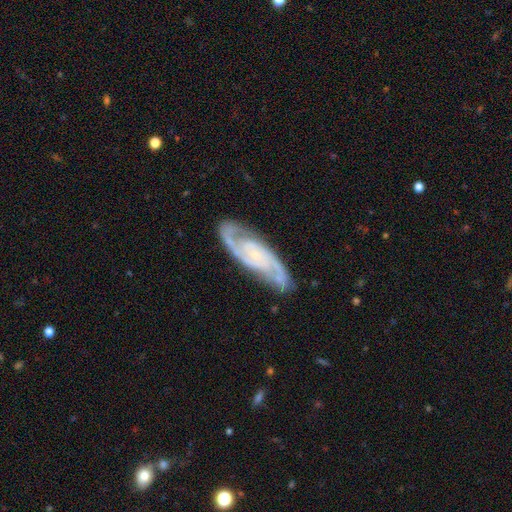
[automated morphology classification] Smooth or featured?
  - featured or disk: 90% *
  - smooth: 6%
  - star or artifact: 5%
Edge-on disk?
  - no: 93% *
  - yes: 7%
Bar?
  - no: 58% *
  - weak: 31%
  - strong: 11%
Spiral arms?
  - yes: 98% *
  - no: 2%
Spiral winding?
  - medium: 46% *
  - tight: 45%
  - loose: 9%
Spiral arm count?
  - 2: 86% *
  - 3: 5%
  - can't tell: 4%
  - 4: 2%
  - 1: 1%
  - more than 4: 1%
Bulge size?
  - small: 72% *
  - moderate: 14%
  - none: 11%
  - large: 2%
  - dominant: 1%
Merging?
  - none: 81% *
  - minor disturbance: 14%
  - major disturbance: 3%
  - merger: 1%